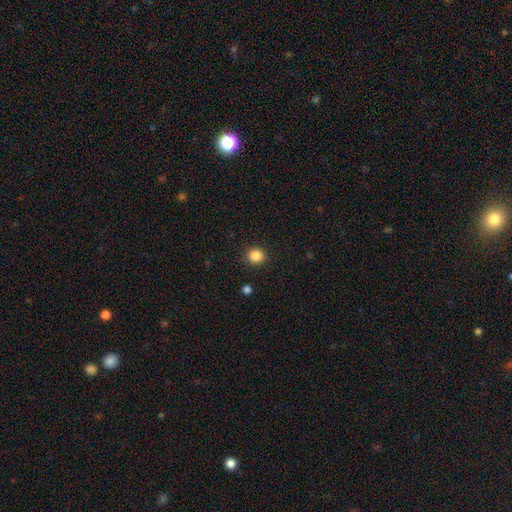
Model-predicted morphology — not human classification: This appears to be a smooth galaxy with no disk features (86%) that is round (89%). Merging: none (91%).